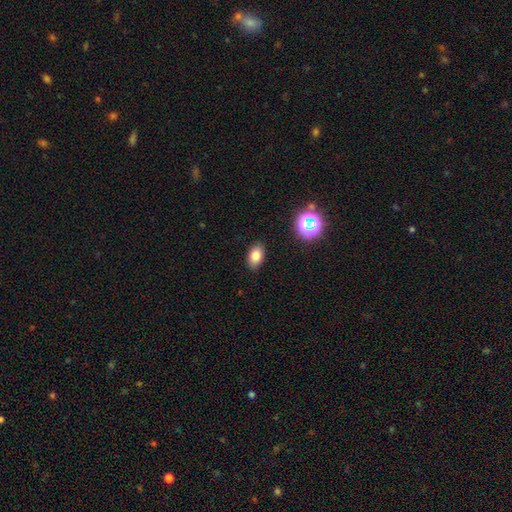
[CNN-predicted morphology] Q: Smooth or featured?
A: smooth (80%); runner-up: star or artifact (12%)
Q: How rounded?
A: in between (90%); runner-up: round (9%)
Q: Merging?
A: none (88%); runner-up: minor disturbance (9%)